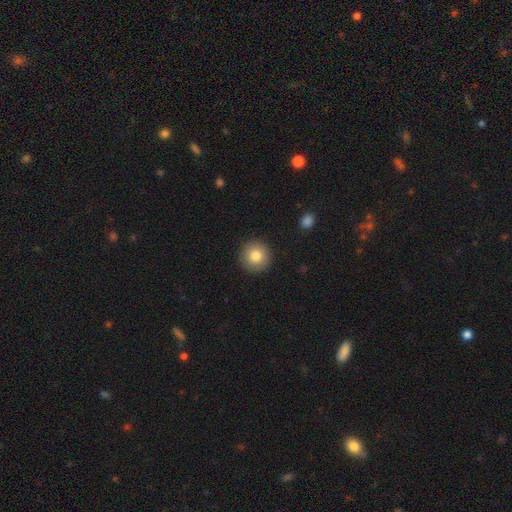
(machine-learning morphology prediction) Q: Smooth or featured?
A: smooth (82%); runner-up: featured or disk (9%)
Q: How rounded?
A: round (95%); runner-up: in between (4%)
Q: Merging?
A: none (92%); runner-up: minor disturbance (5%)